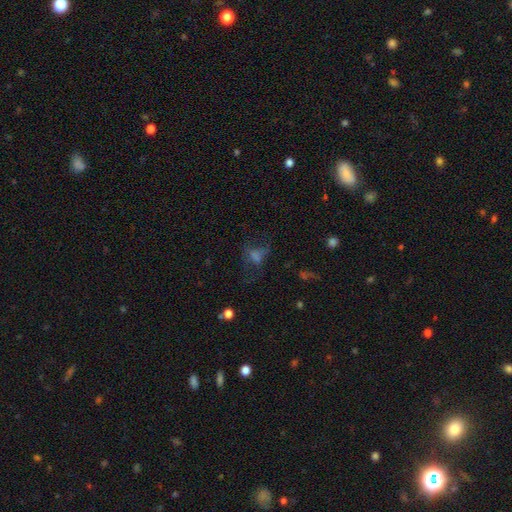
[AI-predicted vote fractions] Smooth or featured? Predicted: smooth (p=0.40). Merging? Predicted: none (p=0.46).